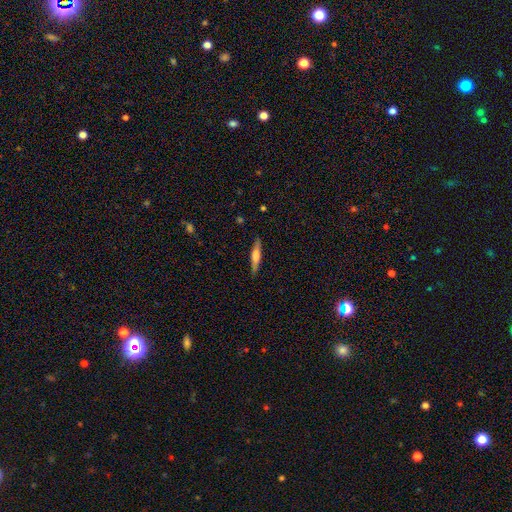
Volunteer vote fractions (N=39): Morphology: type=smooth (54%); roundness=cigar-shaped (90%); merging=none (87%).